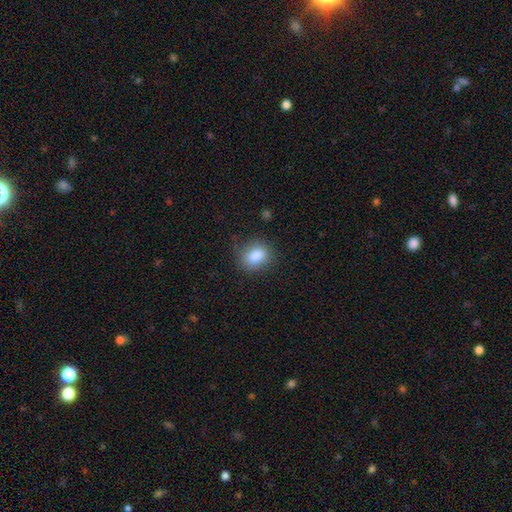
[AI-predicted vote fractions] smooth-or-featured: smooth: 84% | star or artifact: 9% | featured or disk: 7%
  how-rounded: round: 54% | in between: 45% | cigar-shaped: 1%
  merging: none: 80% | minor disturbance: 15% | major disturbance: 4% | merger: 1%